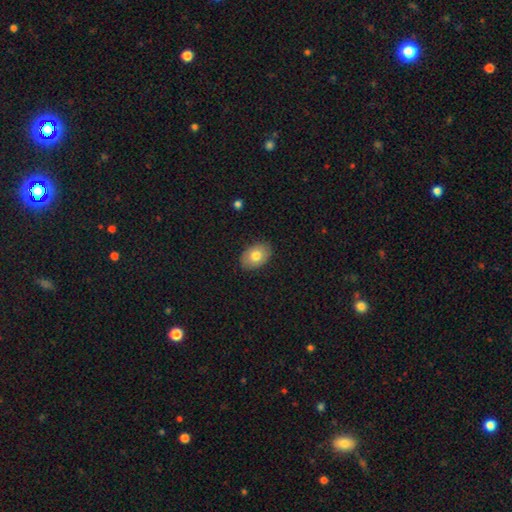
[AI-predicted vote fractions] Q: Smooth or featured?
A: smooth (76%); runner-up: featured or disk (17%)
Q: How rounded?
A: in between (85%); runner-up: round (14%)
Q: Merging?
A: none (87%); runner-up: minor disturbance (10%)